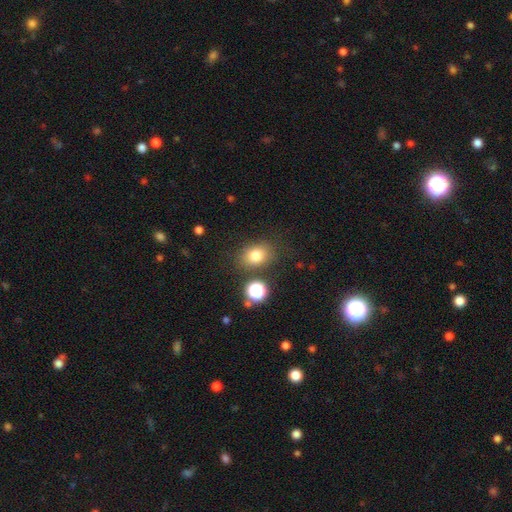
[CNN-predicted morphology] smooth 78%, star or artifact 13%, featured or disk 8%. Down the decision tree: how rounded — in between (56%); merging — none (78%).